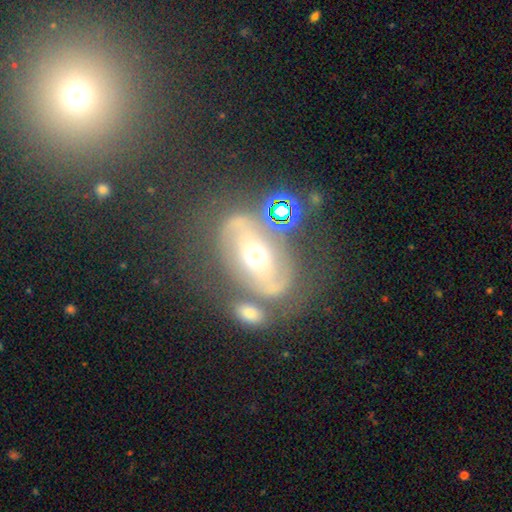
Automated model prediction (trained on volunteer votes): Smooth or featured? Predicted: featured or disk (p=0.76). Edge-on disk? Predicted: no (p=0.92). Bar? Predicted: strong (p=0.38). Spiral arms? Predicted: yes (p=0.72). Spiral winding? Predicted: medium (p=0.41). Spiral arm count? Predicted: 2 (p=0.79). Bulge size? Predicted: moderate (p=0.69). Merging? Predicted: none (p=0.58).